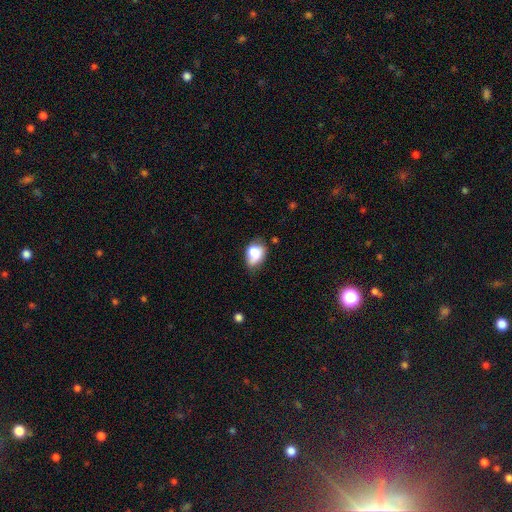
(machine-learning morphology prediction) A smooth galaxy with no disk features (74%) that is in between round and cigar-shaped (69%).

Vote fractions:
- Smooth or featured? smooth: 74% / featured or disk: 16% / star or artifact: 9%
- How rounded? in between: 69% / round: 30% / cigar-shaped: 1%
- Merging? none: 46% / minor disturbance: 37% / major disturbance: 12% / merger: 5%